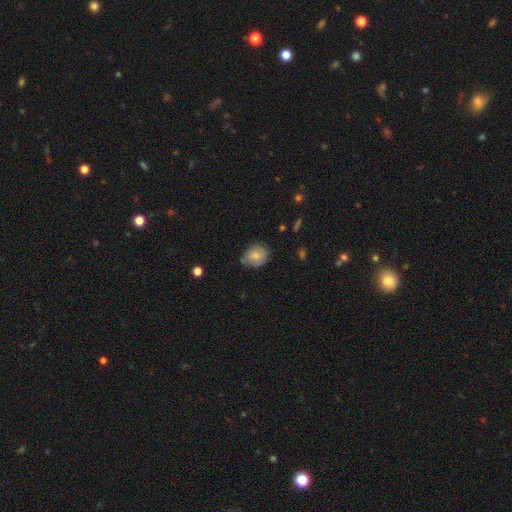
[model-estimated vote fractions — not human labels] This appears to be a smooth galaxy with no disk features (75%) that is in between round and cigar-shaped (51%). Merging: none (70%).